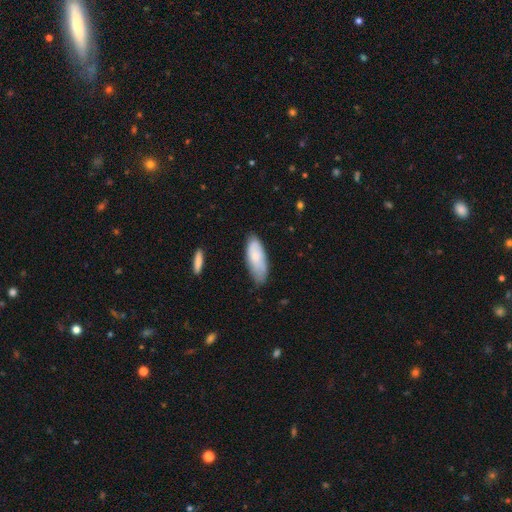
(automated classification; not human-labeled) Q: Smooth or featured?
A: smooth (74%); runner-up: featured or disk (20%)
Q: How rounded?
A: in between (79%); runner-up: cigar-shaped (20%)
Q: Merging?
A: none (62%); runner-up: minor disturbance (30%)